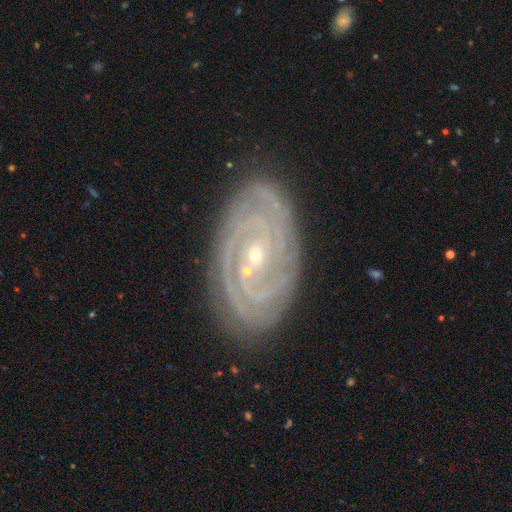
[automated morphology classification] A featured or disk galaxy (89%) with no bar (55%), 2 (33%) tight (82%) spiral arms (98%) and a small central bulge (68%).

Vote fractions:
- Smooth or featured? featured or disk: 89% / star or artifact: 6% / smooth: 5%
- Edge-on disk? no: 96% / yes: 4%
- Bar? no: 55% / weak: 30% / strong: 15%
- Spiral arms? yes: 98% / no: 2%
- Spiral winding? tight: 82% / medium: 15% / loose: 3%
- Spiral arm count? 2: 33% / 3: 20% / can't tell: 19% / 4: 13% / more than 4: 8% / 1: 7%
- Bulge size? small: 68% / moderate: 29% / large: 1% / none: 1% / dominant: 1%
- Merging? none: 84% / minor disturbance: 12% / major disturbance: 3% / merger: 1%